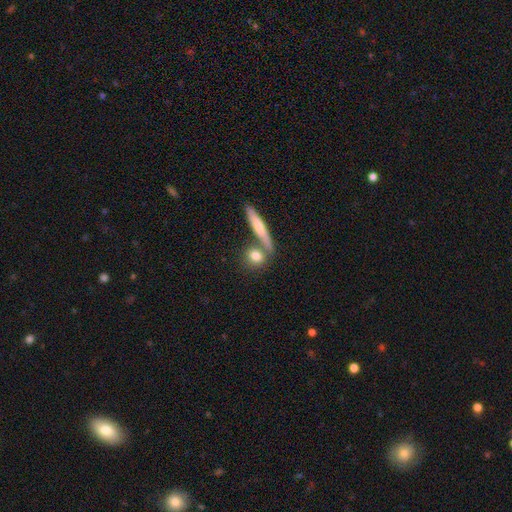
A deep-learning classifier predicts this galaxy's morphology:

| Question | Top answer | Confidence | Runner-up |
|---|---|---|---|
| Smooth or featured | smooth | 74% | featured or disk (18%) |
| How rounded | round | 58% | in between (21%) |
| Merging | none | 61% | merger (25%) |